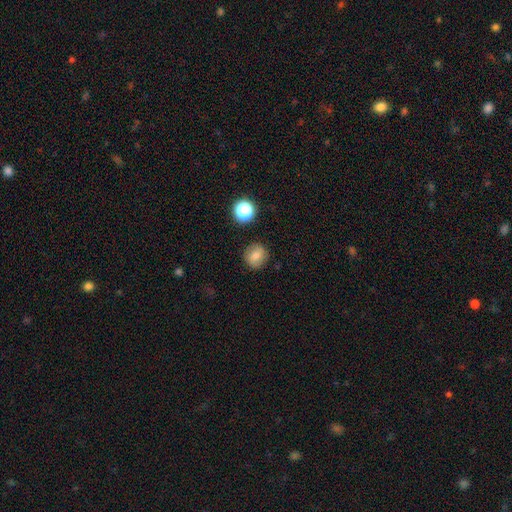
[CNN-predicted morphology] This appears to be a smooth galaxy with no disk features (76%) that is round (88%). Merging: none (87%).